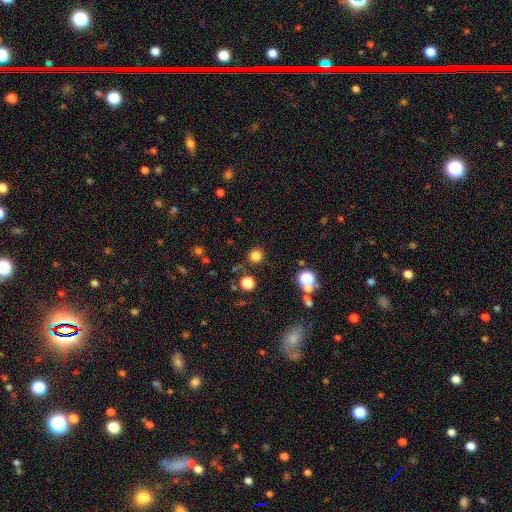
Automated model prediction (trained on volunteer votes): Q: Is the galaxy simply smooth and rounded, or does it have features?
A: smooth — 79%.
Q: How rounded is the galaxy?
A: round — 92%.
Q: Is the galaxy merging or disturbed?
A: none — 85%.